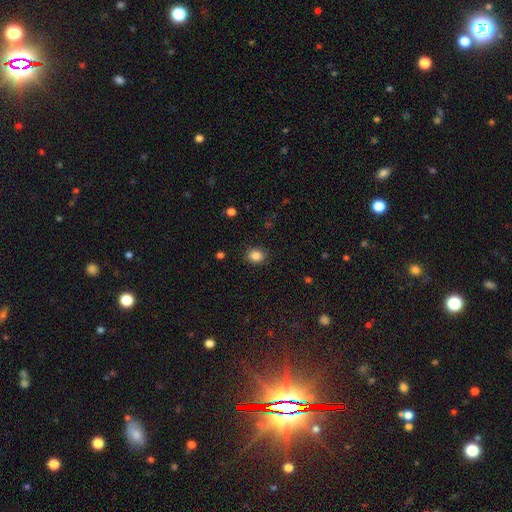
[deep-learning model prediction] Morphology: type=smooth (85%); roundness=round (69%); merging=none (86%).